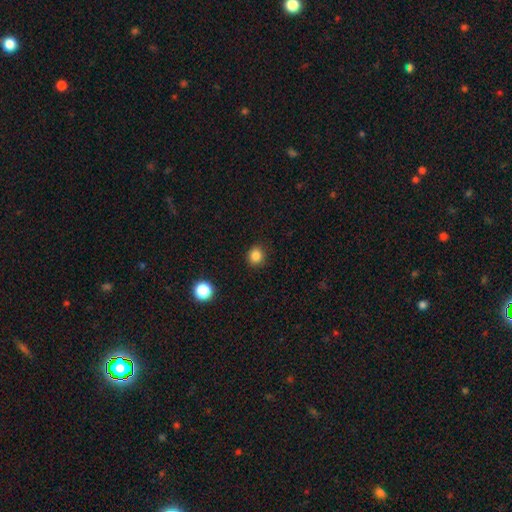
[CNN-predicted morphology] Smooth or featured? smooth (84%)
How rounded? round (86%)
Merging? none (90%)